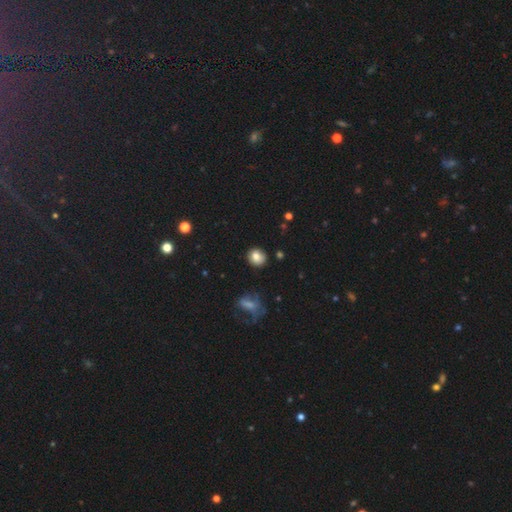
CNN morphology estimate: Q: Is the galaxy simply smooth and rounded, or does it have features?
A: smooth — 81%.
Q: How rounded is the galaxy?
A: round — 79%.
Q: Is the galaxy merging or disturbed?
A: none — 84%.